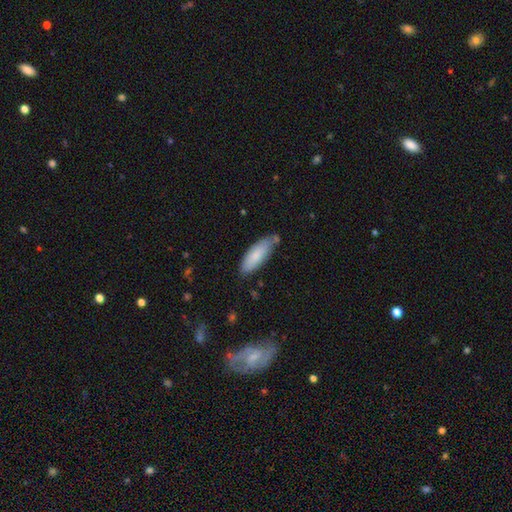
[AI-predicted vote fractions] smooth 81%, featured or disk 14%, star or artifact 6%. Down the decision tree: how rounded — in between (66%); merging — none (67%).